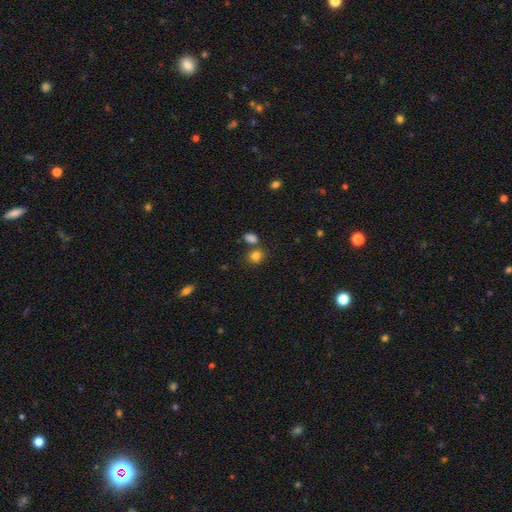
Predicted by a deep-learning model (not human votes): Smooth or featured: smooth — 82% (star or artifact — 12%)
How rounded: round — 66% (in between — 33%)
Merging: none — 65% (merger — 20%)